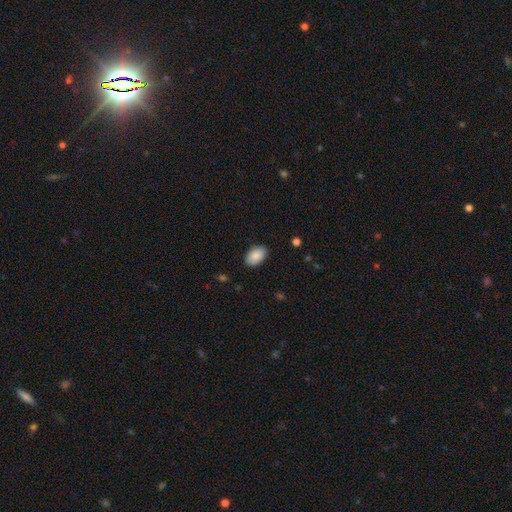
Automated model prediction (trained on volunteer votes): smooth 90%, star or artifact 6%, featured or disk 4%. Down the decision tree: how rounded — in between (92%); merging — none (87%).